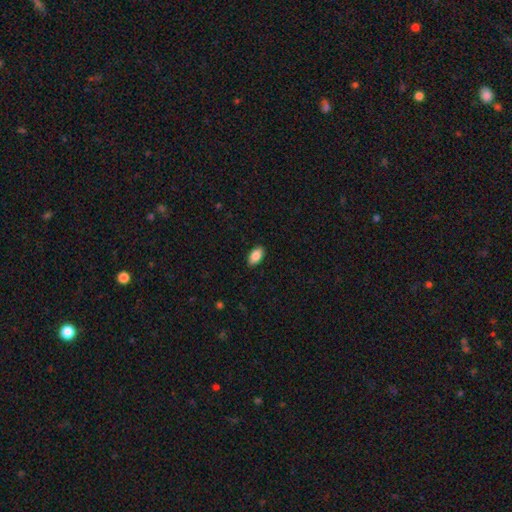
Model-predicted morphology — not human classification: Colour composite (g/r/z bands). It shows a smooth galaxy with no disk features (88%) that is in between round and cigar-shaped (94%). Merging: none (90%).